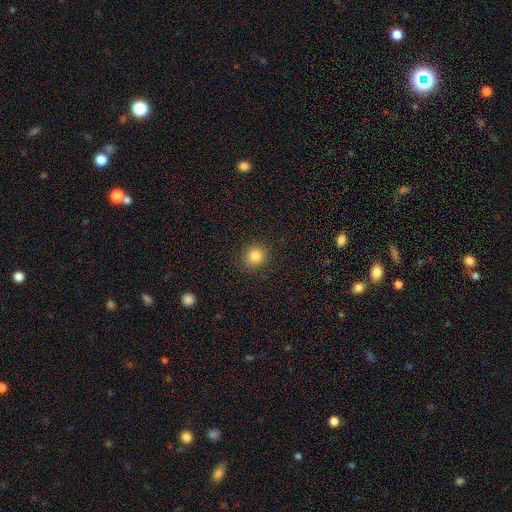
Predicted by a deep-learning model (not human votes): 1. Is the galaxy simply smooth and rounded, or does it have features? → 84% smooth, 11% star or artifact, 5% featured or disk.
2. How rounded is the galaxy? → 89% round, 10% in between, 1% cigar-shaped.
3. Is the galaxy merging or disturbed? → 90% none, 7% minor disturbance, 2% major disturbance, 1% merger.